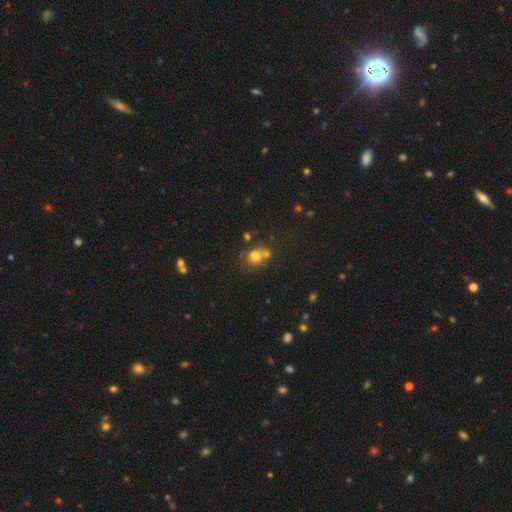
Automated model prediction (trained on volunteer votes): The model was most divided on "merging": none: 48%, merger: 38%, minor disturbance: 10%, major disturbance: 4%. More confident: how rounded — round (74%); smooth or featured — smooth (72%).